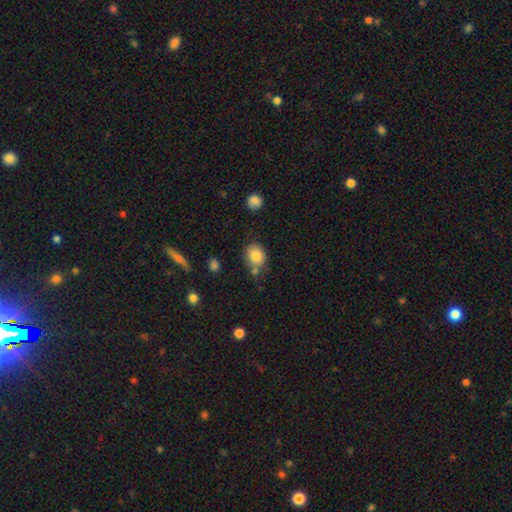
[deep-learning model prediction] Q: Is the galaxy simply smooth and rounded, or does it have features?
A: smooth — 83%.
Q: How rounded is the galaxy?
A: round — 66%.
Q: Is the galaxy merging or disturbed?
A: none — 64%.